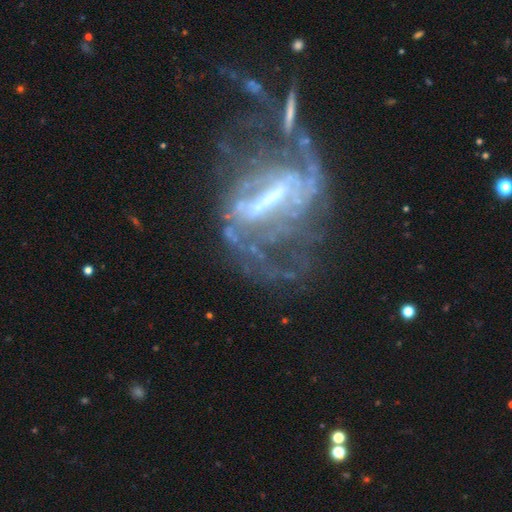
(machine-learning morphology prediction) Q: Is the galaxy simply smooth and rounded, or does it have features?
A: featured or disk — 84%.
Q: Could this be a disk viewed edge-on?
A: no — 91%.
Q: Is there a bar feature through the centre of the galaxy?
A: strong — 72%.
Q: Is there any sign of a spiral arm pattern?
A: yes — 79%.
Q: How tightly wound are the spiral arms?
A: medium — 39%.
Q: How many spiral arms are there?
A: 2 — 49%.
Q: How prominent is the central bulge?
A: small — 36%.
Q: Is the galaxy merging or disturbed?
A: major disturbance — 38%.